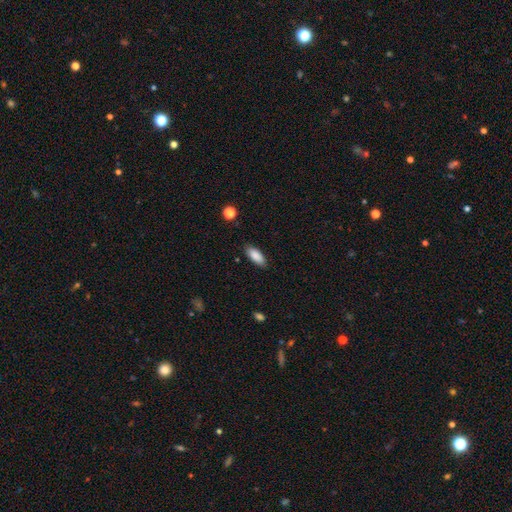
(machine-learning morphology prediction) This is clearly a smooth galaxy (88%). How rounded: clearly in between (82%). Merging: clearly none (86%).